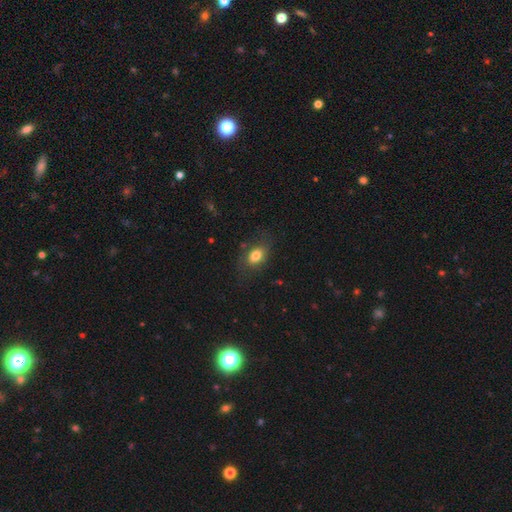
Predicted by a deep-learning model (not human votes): A smooth galaxy with no disk features (76%) that is in between round and cigar-shaped (79%). Merging: none (69%).